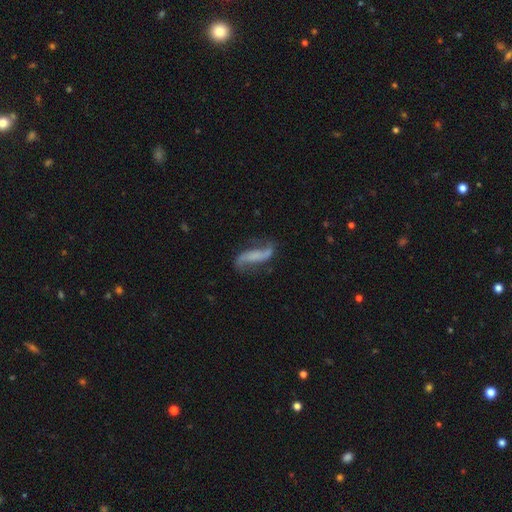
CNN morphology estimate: type=featured or disk (80%); edge-on=no (92%); bar=no (36%); spiral arms=yes (93%); winding=loose (82%); arm count=2 (92%); bulge=none (60%); merging=none (70%).